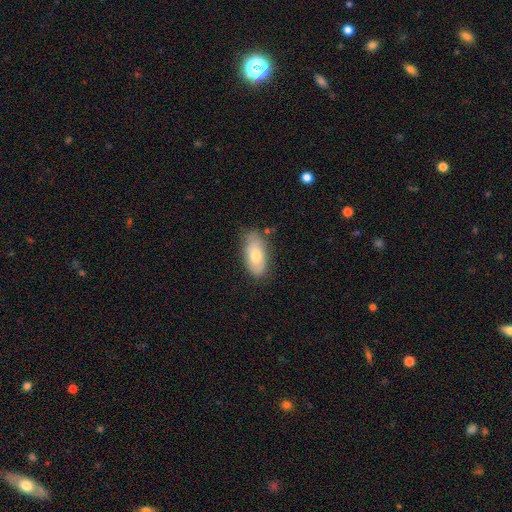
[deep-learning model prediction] smooth_or_featured: smooth (p=0.71) [alt: featured or disk p=0.23]
how_rounded: in between (p=0.92) [alt: cigar-shaped p=0.05]
merging: none (p=0.74) [alt: minor disturbance p=0.20]